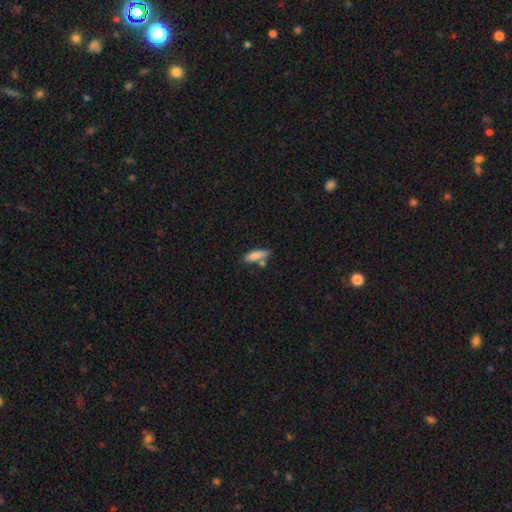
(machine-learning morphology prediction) Smooth or featured? smooth (83%)
How rounded? in between (52%)
Merging? none (61%)